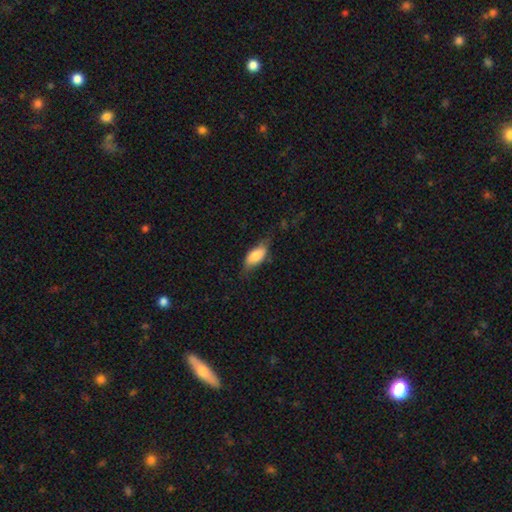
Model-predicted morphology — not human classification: smooth 78%, featured or disk 16%, star or artifact 6%. Down the decision tree: how rounded — in between (84%); merging — none (59%).